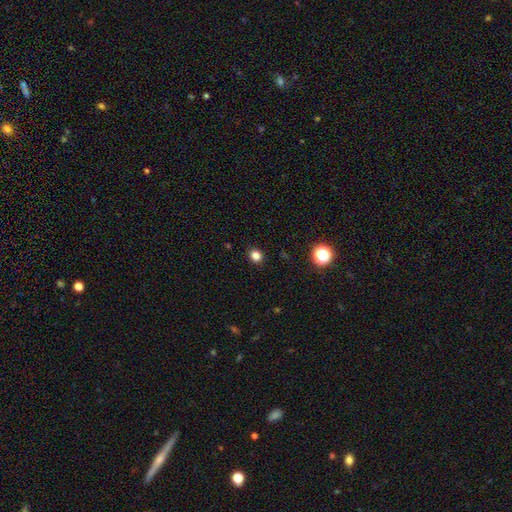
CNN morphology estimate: Smooth or featured? Predicted: smooth (p=0.81). How rounded? Predicted: round (p=0.77). Merging? Predicted: none (p=0.91).